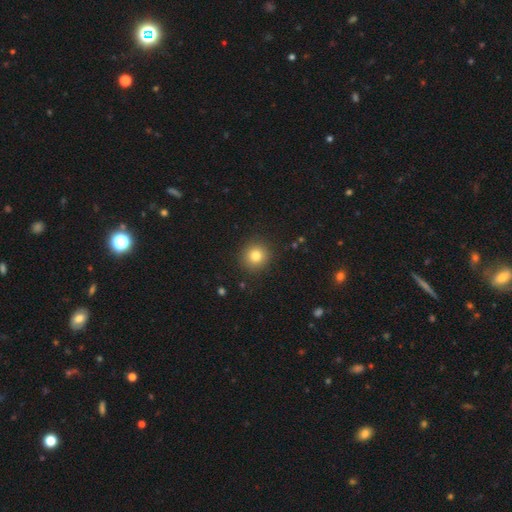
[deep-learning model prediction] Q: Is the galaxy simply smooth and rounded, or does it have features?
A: smooth — 81%.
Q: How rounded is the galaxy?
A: round — 92%.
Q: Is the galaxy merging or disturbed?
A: none — 91%.